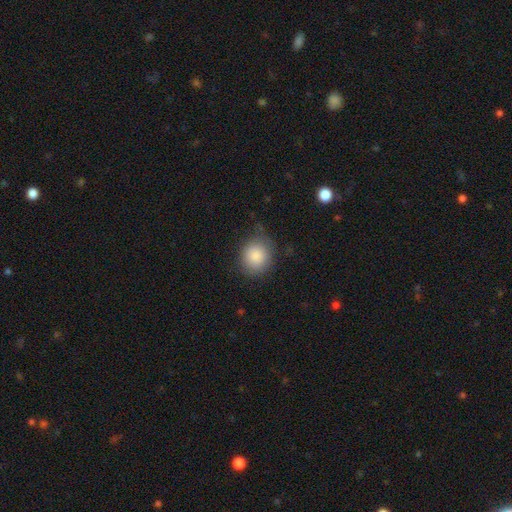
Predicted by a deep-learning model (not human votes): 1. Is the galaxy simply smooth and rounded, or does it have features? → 87% smooth, 8% star or artifact, 5% featured or disk.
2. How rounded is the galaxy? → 77% round, 22% in between, 1% cigar-shaped.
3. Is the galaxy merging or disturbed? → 73% none, 20% minor disturbance, 6% major disturbance, 2% merger.